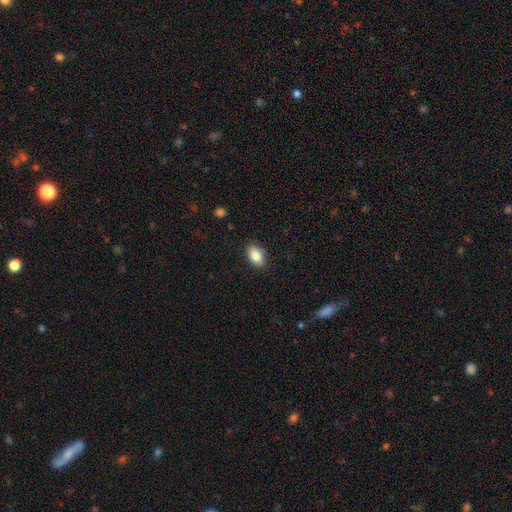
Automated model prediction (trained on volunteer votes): smooth 85%, featured or disk 8%, star or artifact 7%. Down the decision tree: how rounded — in between (91%); merging — none (87%).